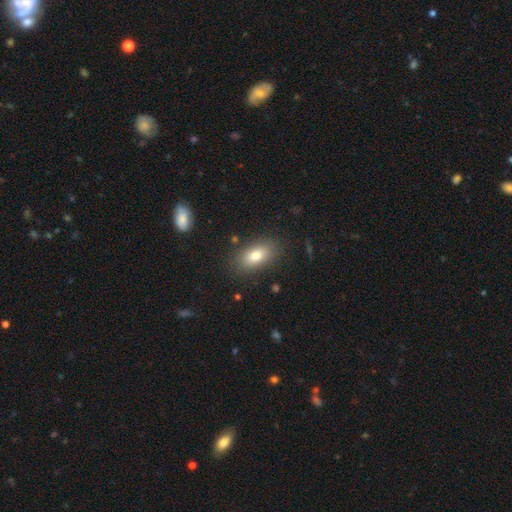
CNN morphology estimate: This is likely a smooth galaxy (78%). How rounded: clearly in between (88%). Merging: clearly none (84%).